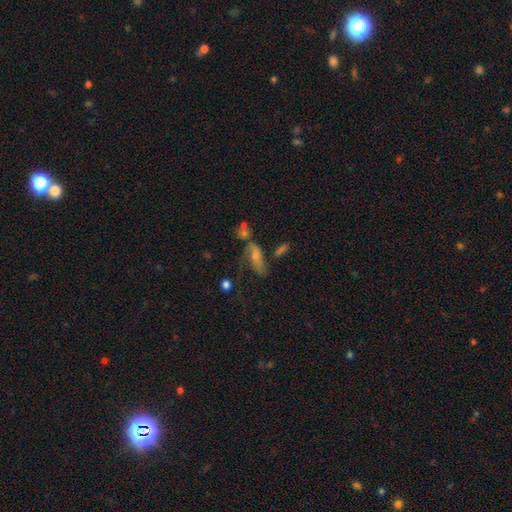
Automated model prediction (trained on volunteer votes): The model was most divided on "merging": none: 32%, major disturbance: 30%, minor disturbance: 20%, merger: 18%. Remaining: smooth or featured — smooth (48%).